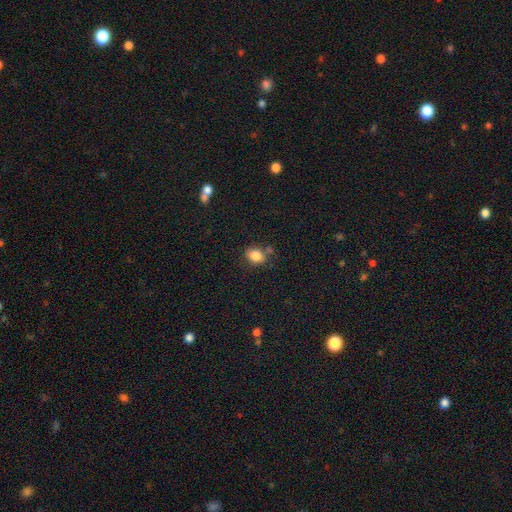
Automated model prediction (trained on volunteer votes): Smooth or featured? Predicted: smooth (p=0.85). How rounded? Predicted: in between (p=0.59). Merging? Predicted: none (p=0.68).